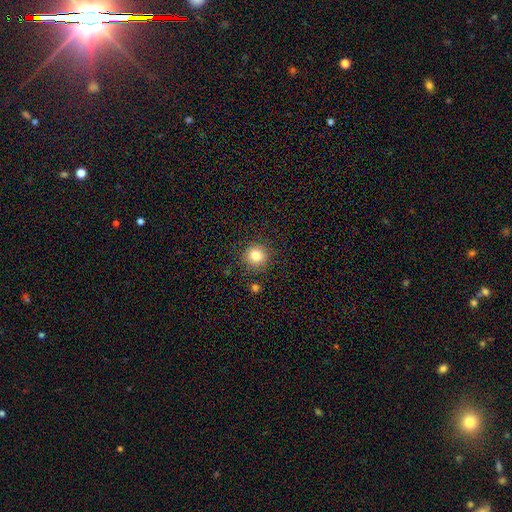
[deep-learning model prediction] A smooth galaxy with no disk features (82%) that is round (93%). Merging: none (88%).